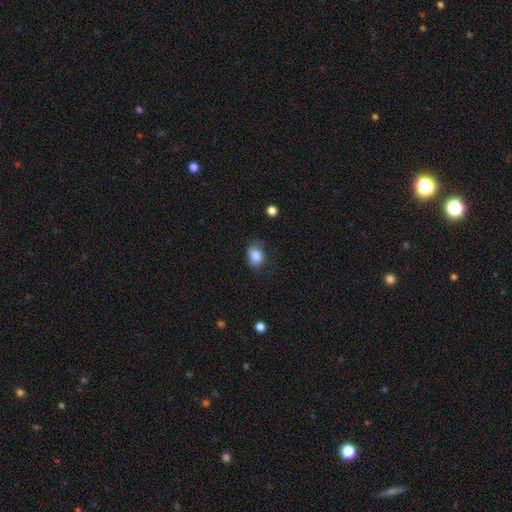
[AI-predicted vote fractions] This appears to be a smooth galaxy with no disk features (83%) that is in between round and cigar-shaped (64%). Merging: none (63%).